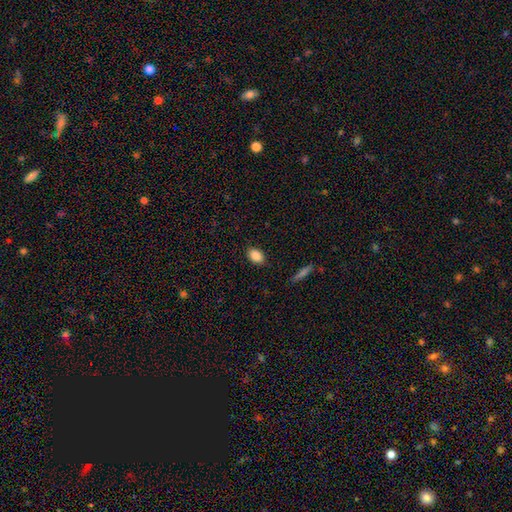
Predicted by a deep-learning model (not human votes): The model was most divided on "how rounded": in between: 85%, round: 13%, cigar-shaped: 2%. More confident: merging — none (87%); smooth or featured — smooth (87%).